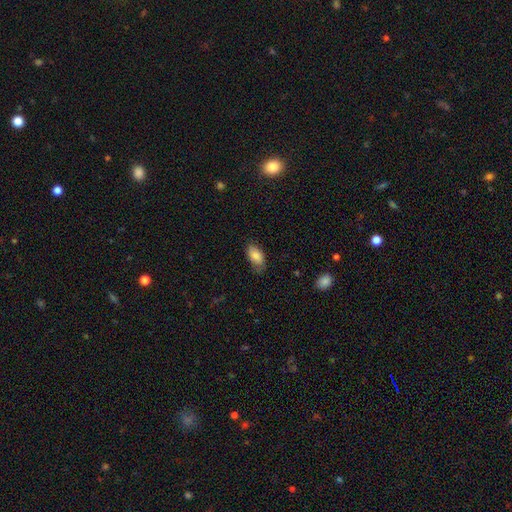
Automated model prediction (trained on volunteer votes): Smooth or featured? smooth (81%)
How rounded? in between (93%)
Merging? none (68%)